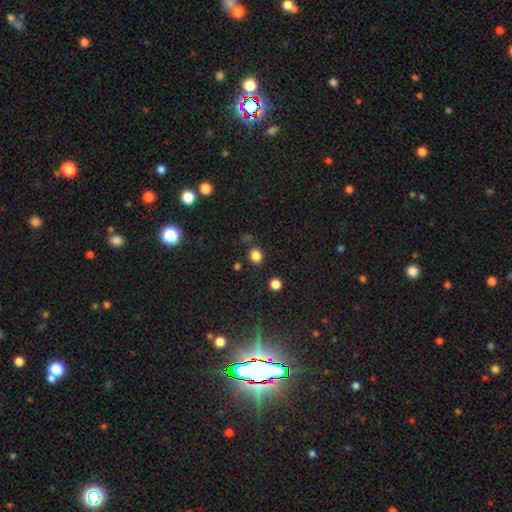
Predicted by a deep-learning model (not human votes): A smooth galaxy with no disk features (82%) that is round (77%).

Vote fractions:
- Smooth or featured? smooth: 82% / star or artifact: 14% / featured or disk: 4%
- How rounded? round: 77% / in between: 22% / cigar-shaped: 1%
- Merging? none: 82% / minor disturbance: 10% / merger: 5% / major disturbance: 3%